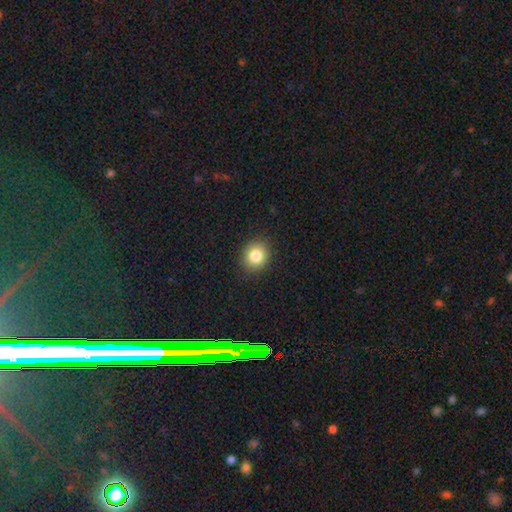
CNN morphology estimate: Smooth or featured? Predicted: smooth (p=0.84). How rounded? Predicted: round (p=0.74). Merging? Predicted: none (p=0.90).